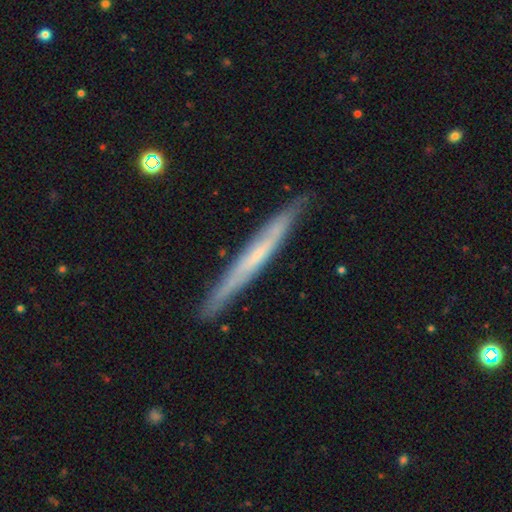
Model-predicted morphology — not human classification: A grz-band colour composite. It shows a featured or disk galaxy (58%) viewed edge-on (93%) with no central bulge (78%). Merging: none (87%).